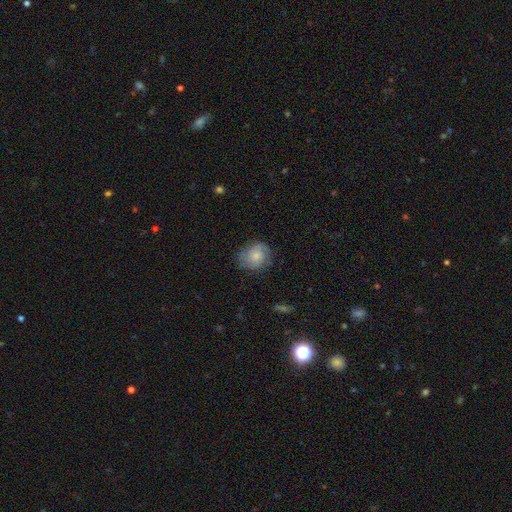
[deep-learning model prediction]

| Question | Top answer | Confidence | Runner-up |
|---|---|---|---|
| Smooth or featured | smooth | 51% | featured or disk (41%) |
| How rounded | round | 67% | in between (32%) |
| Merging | none | 70% | minor disturbance (21%) |